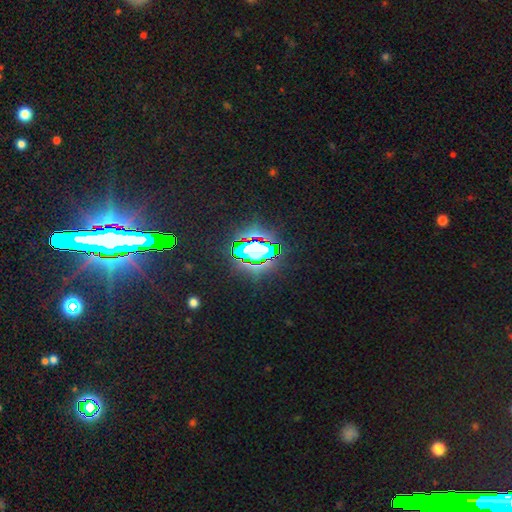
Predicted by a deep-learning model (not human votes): Smooth or featured? star or artifact (70%)